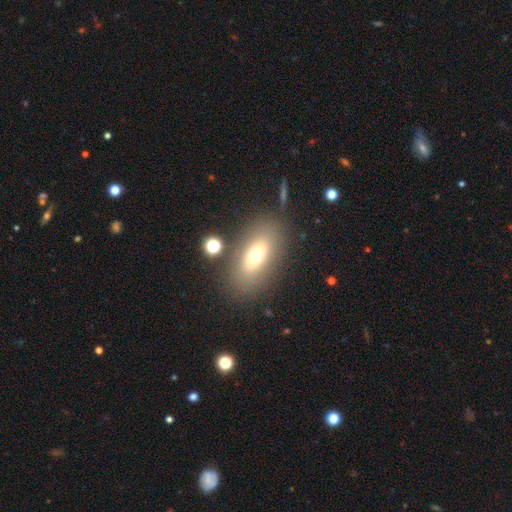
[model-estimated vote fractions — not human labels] This is likely a smooth galaxy (65%). How rounded: clearly in between (84%). Merging: likely none (79%).